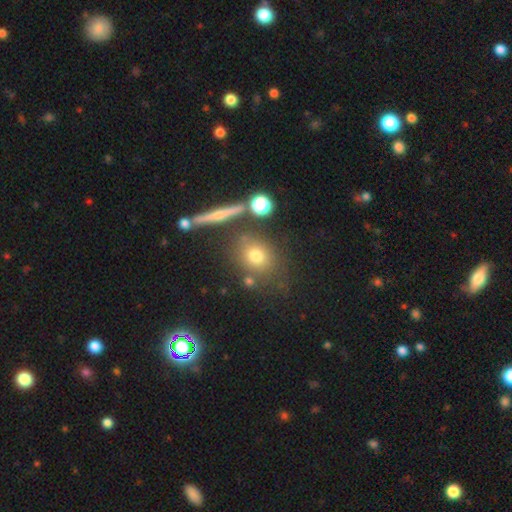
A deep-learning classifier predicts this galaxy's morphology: This appears to be a smooth galaxy with no disk features (66%) that is round (62%). Merging: none (70%).